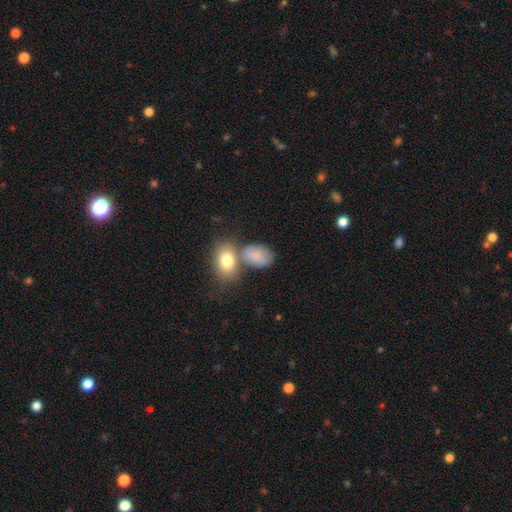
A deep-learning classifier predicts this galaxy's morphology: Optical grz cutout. It shows a smooth galaxy with no disk features (82%) that is in between round and cigar-shaped (86%). Merging: none (42%).